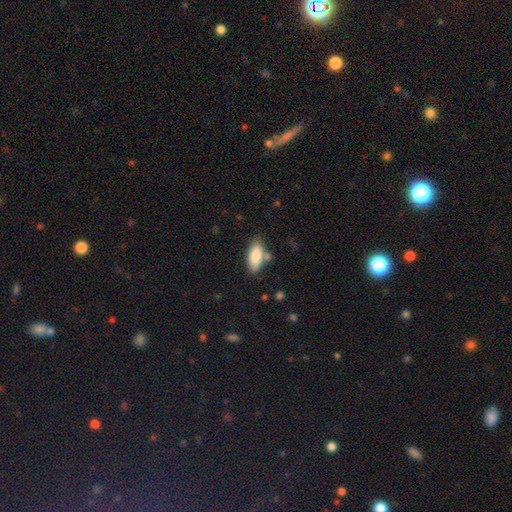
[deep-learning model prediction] The model was most divided on "merging": none: 73%, minor disturbance: 15%, merger: 9%, major disturbance: 4%. More confident: smooth or featured — smooth (84%); how rounded — in between (84%).